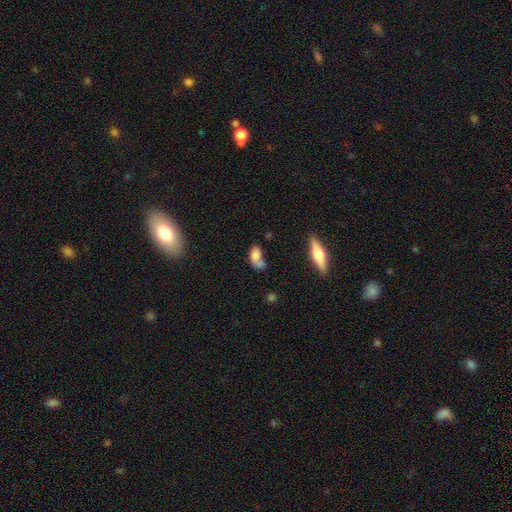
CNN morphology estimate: Smooth or featured? smooth (75%)
How rounded? in between (84%)
Merging? merger (36%)